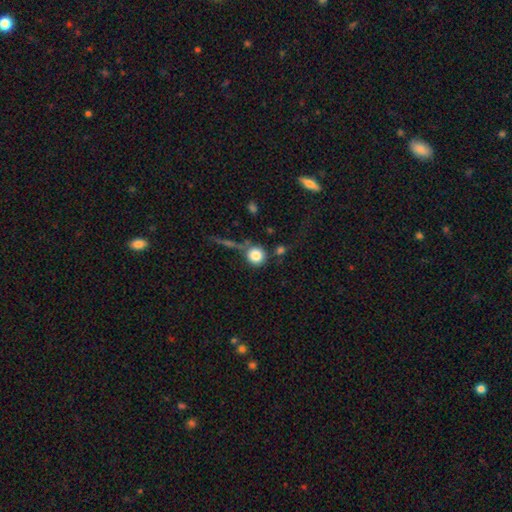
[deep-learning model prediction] smooth-or-featured: smooth: 82% | star or artifact: 10% | featured or disk: 8%
  how-rounded: round: 93% | in between: 6% | cigar-shaped: 1%
  merging: none: 67% | merger: 14% | minor disturbance: 12% | major disturbance: 7%